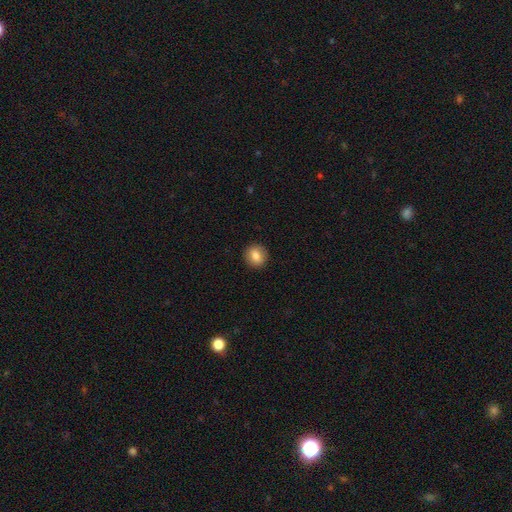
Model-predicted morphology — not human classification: Smooth or featured: smooth — 84% (star or artifact — 9%)
How rounded: round — 83% (in between — 16%)
Merging: none — 92% (minor disturbance — 5%)